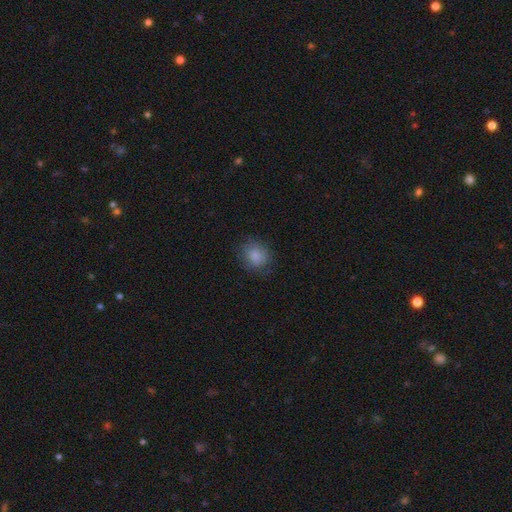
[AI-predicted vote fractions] Smooth or featured? smooth (84%)
How rounded? round (74%)
Merging? none (76%)